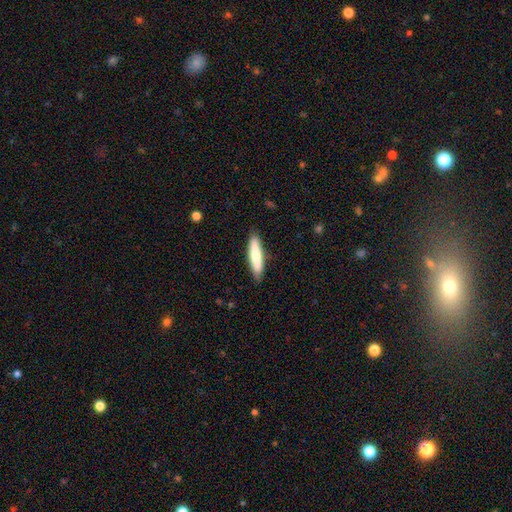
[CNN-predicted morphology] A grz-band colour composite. It shows a smooth galaxy with no disk features (72%) that is cigar-shaped (84%). Merging: none (88%).